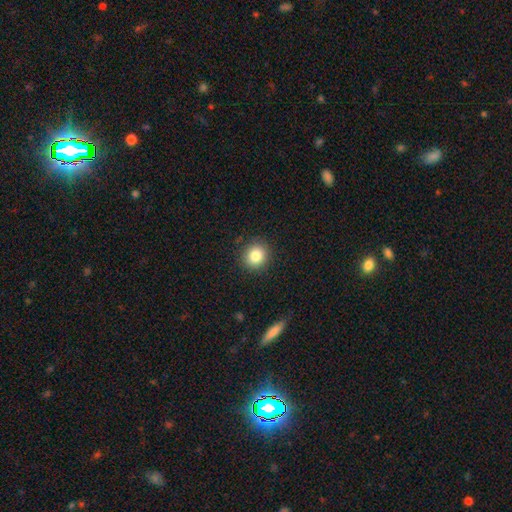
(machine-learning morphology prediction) Smooth or featured?
  - smooth: 83% *
  - star or artifact: 10%
  - featured or disk: 6%
How rounded?
  - round: 88% *
  - in between: 11%
  - cigar-shaped: 1%
Merging?
  - none: 89% *
  - minor disturbance: 7%
  - major disturbance: 2%
  - merger: 1%